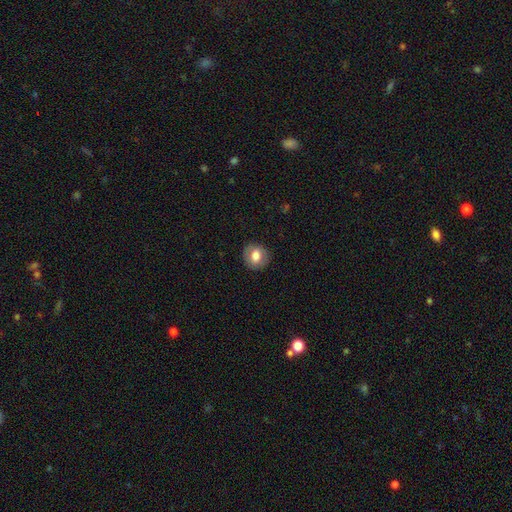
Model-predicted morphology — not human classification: type=smooth (71%); roundness=round (80%); merging=none (87%).